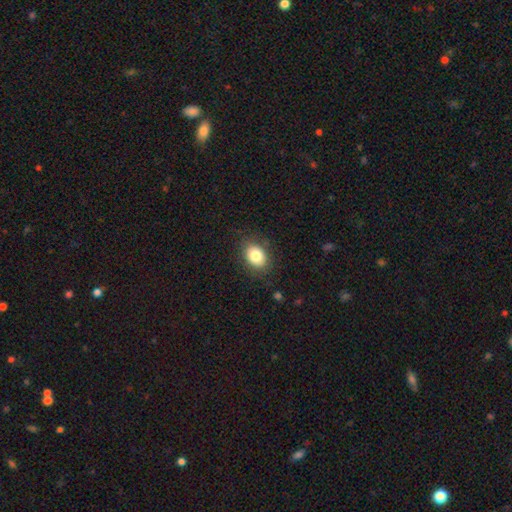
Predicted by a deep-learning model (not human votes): smooth_or_featured: smooth (p=0.83) [alt: featured or disk p=0.09]
how_rounded: in between (p=0.68) [alt: round p=0.31]
merging: none (p=0.84) [alt: minor disturbance p=0.11]